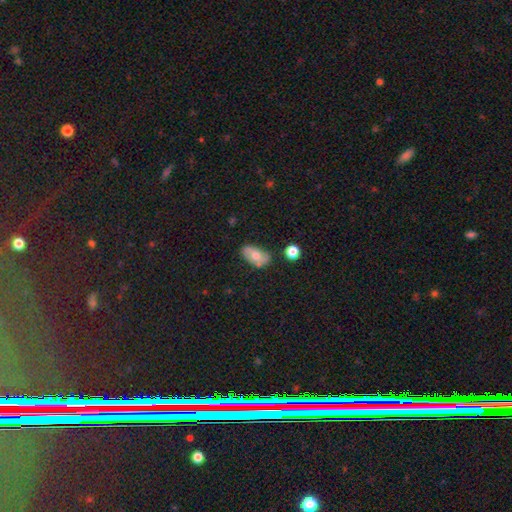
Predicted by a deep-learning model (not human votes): Smooth or featured?
  - smooth: 63% *
  - featured or disk: 29%
  - star or artifact: 8%
How rounded?
  - in between: 89% *
  - round: 8%
  - cigar-shaped: 3%
Merging?
  - none: 66% *
  - minor disturbance: 23%
  - merger: 6%
  - major disturbance: 5%